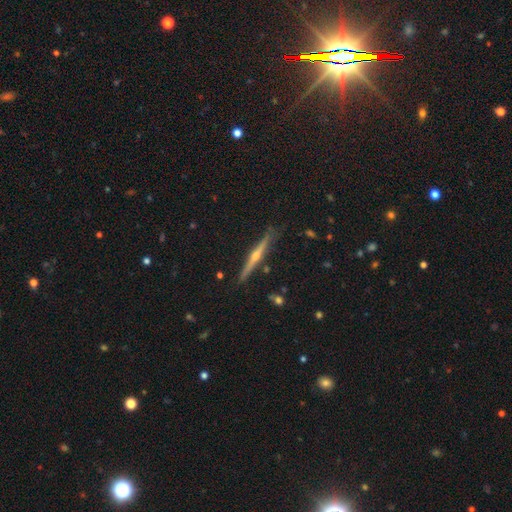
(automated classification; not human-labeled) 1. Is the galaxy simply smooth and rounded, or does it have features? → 79% featured or disk, 15% smooth, 6% star or artifact.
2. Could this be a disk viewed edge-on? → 98% yes, 2% no.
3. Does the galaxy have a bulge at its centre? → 91% rounded, 6% none, 2% boxy.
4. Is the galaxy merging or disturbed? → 88% none, 8% minor disturbance, 2% merger, 2% major disturbance.